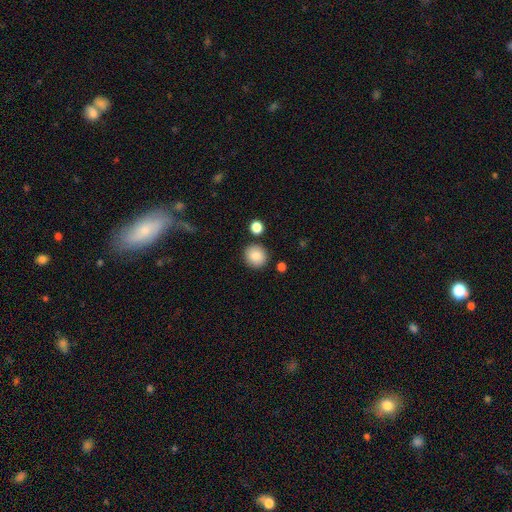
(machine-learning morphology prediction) smooth-or-featured: smooth: 86% | star or artifact: 9% | featured or disk: 5%
  how-rounded: round: 90% | in between: 9% | cigar-shaped: 1%
  merging: none: 87% | minor disturbance: 7% | merger: 4% | major disturbance: 2%